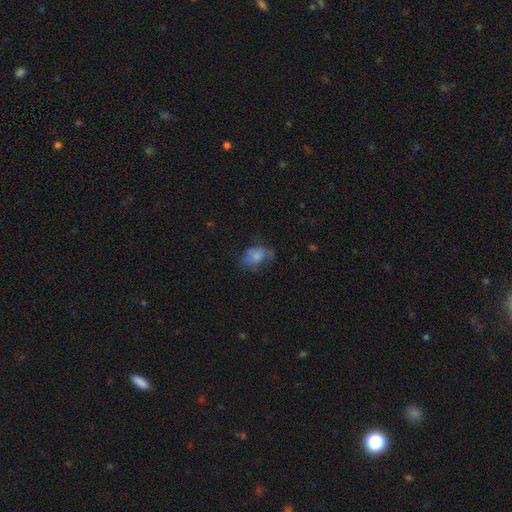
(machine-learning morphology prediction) Smooth or featured?
  - smooth: 63% *
  - featured or disk: 26%
  - star or artifact: 11%
How rounded?
  - in between: 78% *
  - round: 20%
  - cigar-shaped: 2%
Merging?
  - none: 44% *
  - minor disturbance: 29%
  - major disturbance: 23%
  - merger: 4%